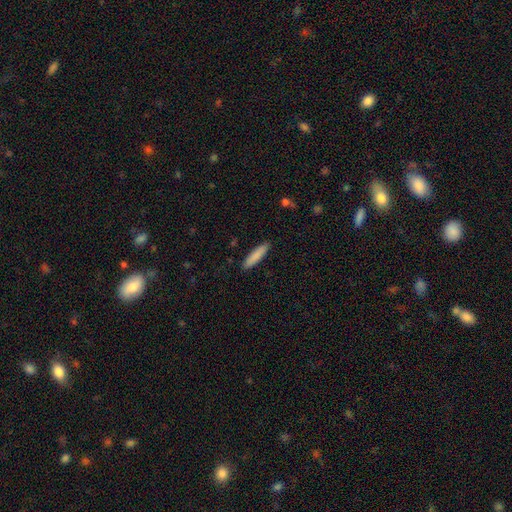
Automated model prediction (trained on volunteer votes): The model was most divided on "how rounded": cigar-shaped: 84%, in between: 15%, round: 1%. More confident: merging — none (90%); smooth or featured — smooth (86%).